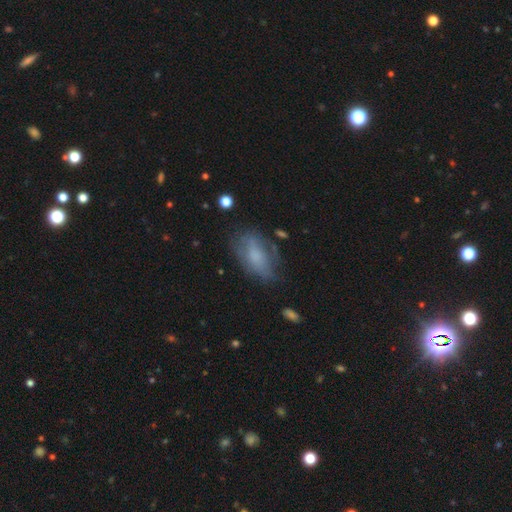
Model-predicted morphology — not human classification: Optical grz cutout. It shows a smooth galaxy with no disk features (61%) that is in between round and cigar-shaped (88%). Merging: none (58%).